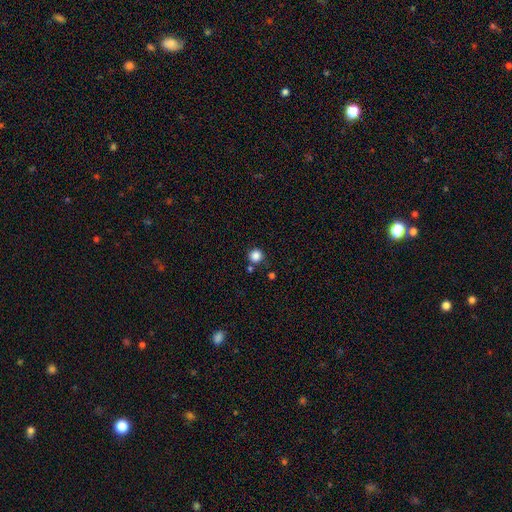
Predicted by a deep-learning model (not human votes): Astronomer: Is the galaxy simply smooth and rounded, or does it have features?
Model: smooth — 85%.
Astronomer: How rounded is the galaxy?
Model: round — 95%.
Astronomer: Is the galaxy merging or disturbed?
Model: none — 81%.